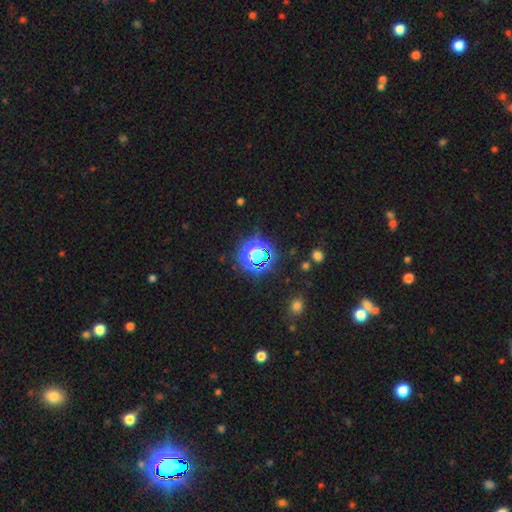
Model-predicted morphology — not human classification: smooth-or-featured: star or artifact: 62% | smooth: 28% | featured or disk: 10%